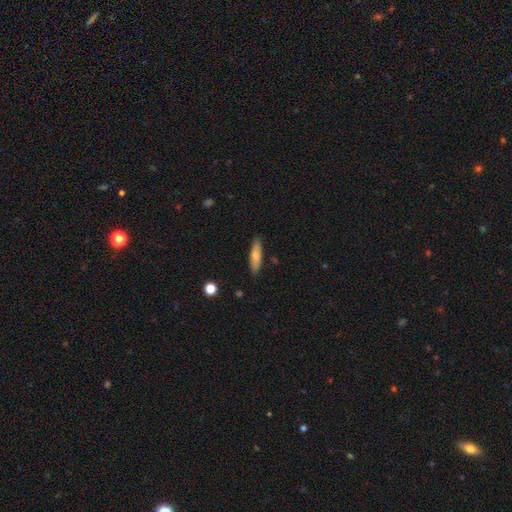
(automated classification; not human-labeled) smooth 68%, featured or disk 26%, star or artifact 6%. Down the decision tree: how rounded — cigar-shaped (70%); merging — none (88%).